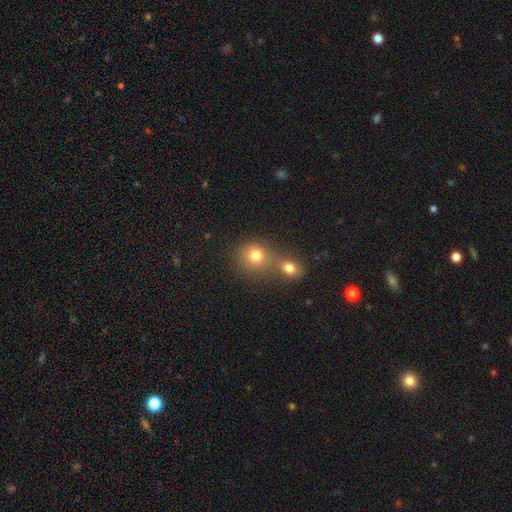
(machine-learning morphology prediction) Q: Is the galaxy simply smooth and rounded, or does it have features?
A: smooth — 78%.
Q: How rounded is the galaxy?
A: round — 81%.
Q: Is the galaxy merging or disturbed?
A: merger — 49%.